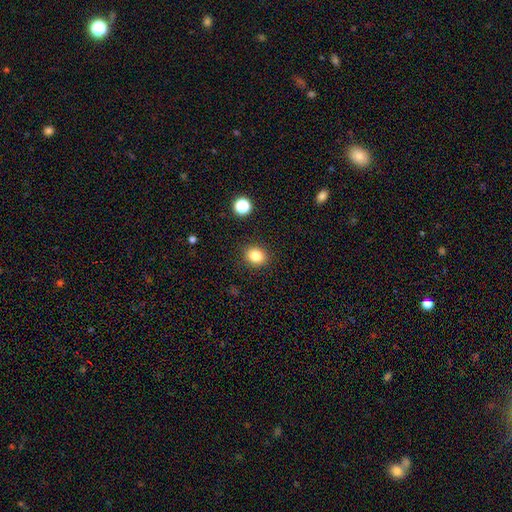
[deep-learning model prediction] A smooth galaxy with no disk features (83%) that is round (69%).

Vote fractions:
- Smooth or featured? smooth: 83% / star or artifact: 12% / featured or disk: 6%
- How rounded? round: 69% / in between: 31% / cigar-shaped: 1%
- Merging? none: 89% / minor disturbance: 7% / major disturbance: 2% / merger: 1%